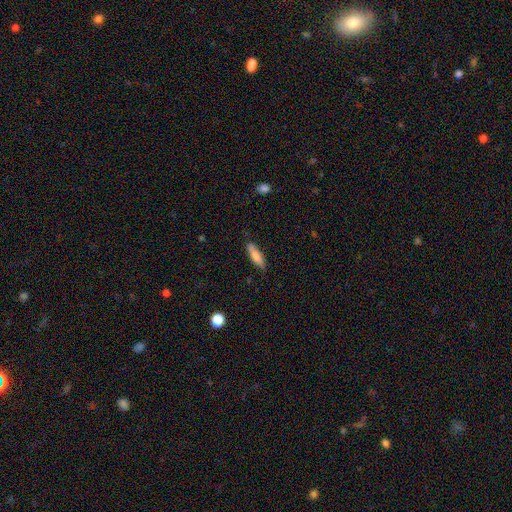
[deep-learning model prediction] Smooth or featured: smooth — 78% (featured or disk — 16%)
How rounded: cigar-shaped — 66% (in between — 32%)
Merging: none — 82% (minor disturbance — 14%)